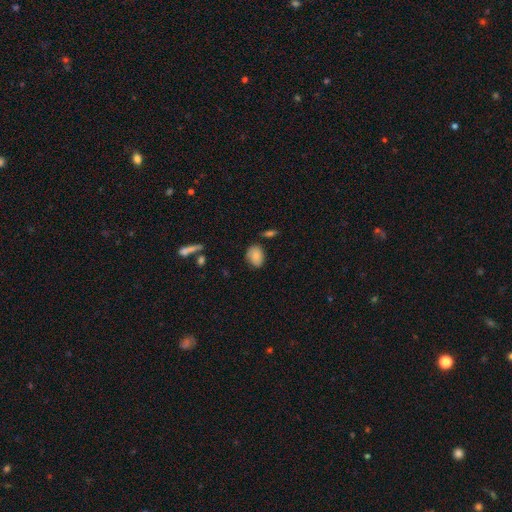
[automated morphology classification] This is likely a smooth galaxy (80%). How rounded: likely in between (73%). Merging: likely none (67%).